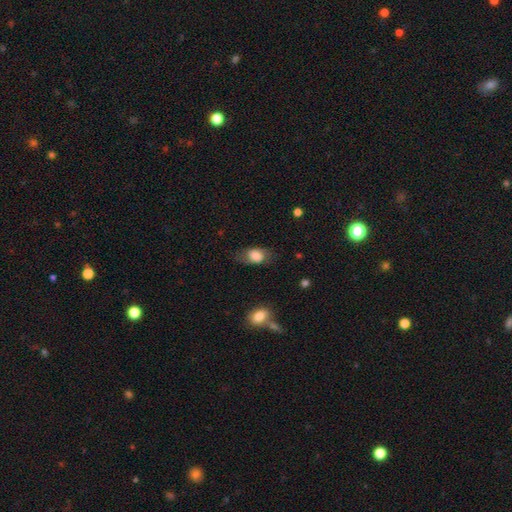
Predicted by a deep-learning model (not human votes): The model was most divided on "merging": none: 63%, minor disturbance: 23%, major disturbance: 12%, merger: 2%. More confident: how rounded — in between (81%); smooth or featured — smooth (71%).